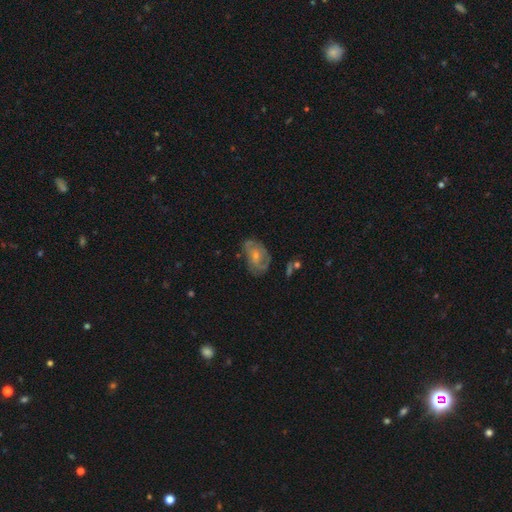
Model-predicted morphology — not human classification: This appears to be a featured or disk galaxy (55%) with no bar (70%), spiral arms (61%) and a small central bulge (55%). Merging: none (54%).